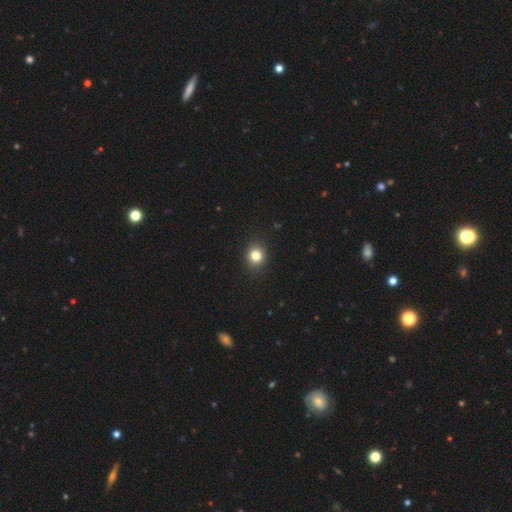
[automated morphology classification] type=smooth (82%); roundness=round (76%); merging=none (90%).